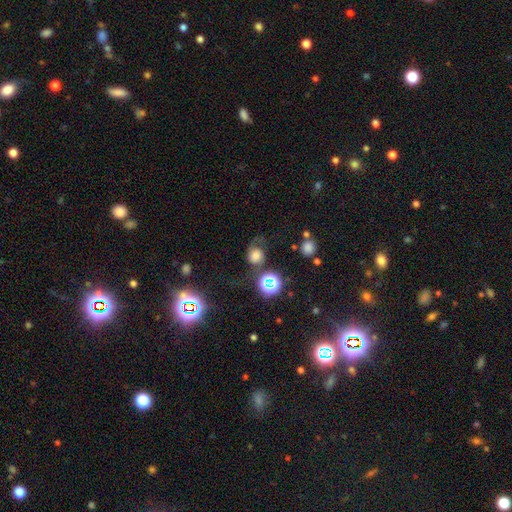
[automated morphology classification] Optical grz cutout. It shows a smooth galaxy with no disk features (56%) that is round (72%). Merging: none (44%).